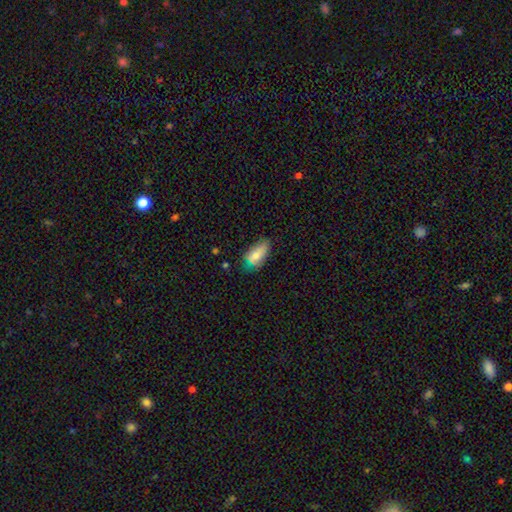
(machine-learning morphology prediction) Overall: smooth (75%). How rounded: in between (89%). Merging: none (56%; minor disturbance 31%).